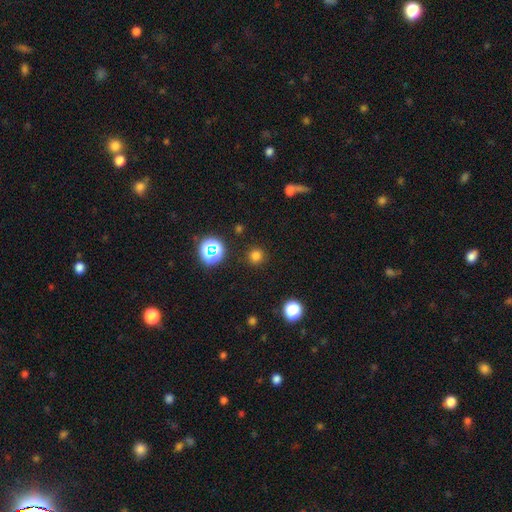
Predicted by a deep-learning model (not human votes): Overall: smooth (75%). How rounded: round (94%). Merging: none (90%).